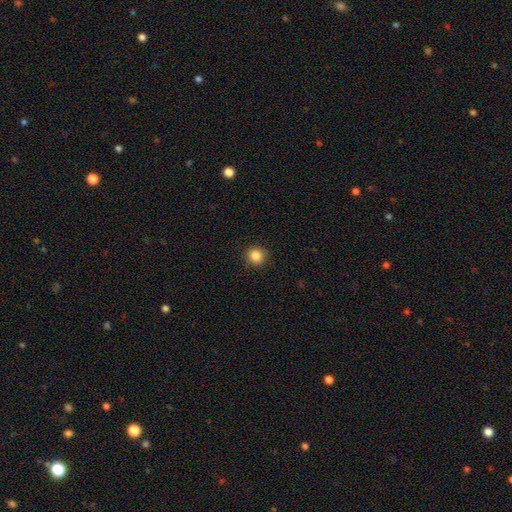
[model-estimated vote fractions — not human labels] Q: Smooth or featured?
A: smooth (85%); runner-up: star or artifact (11%)
Q: How rounded?
A: round (90%); runner-up: in between (9%)
Q: Merging?
A: none (90%); runner-up: minor disturbance (7%)